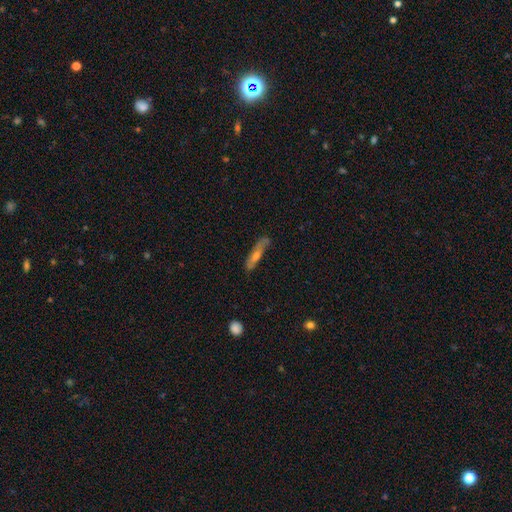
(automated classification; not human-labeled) The model was most divided on "smooth or featured": featured or disk: 50%, smooth: 42%, star or artifact: 8%. More confident: merging — none (74%).